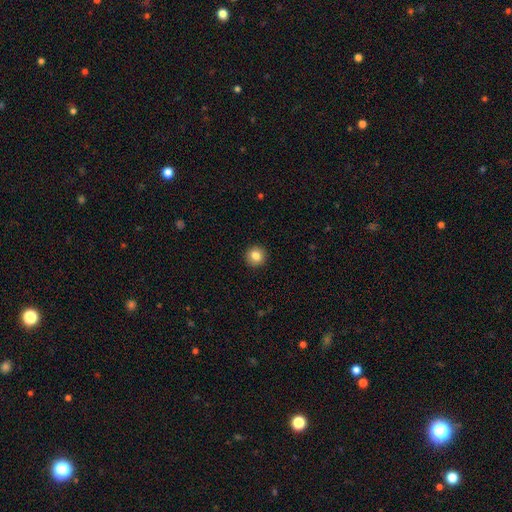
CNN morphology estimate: Smooth or featured: smooth — 84% (star or artifact — 9%)
How rounded: round — 94% (in between — 5%)
Merging: none — 93% (minor disturbance — 5%)